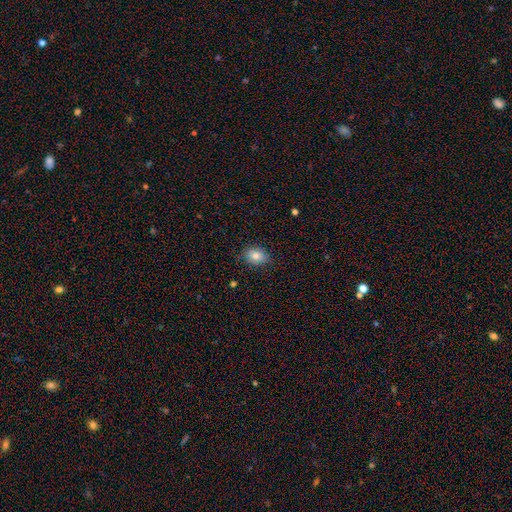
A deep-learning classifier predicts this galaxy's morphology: Smooth or featured? smooth (83%)
How rounded? in between (70%)
Merging? none (82%)